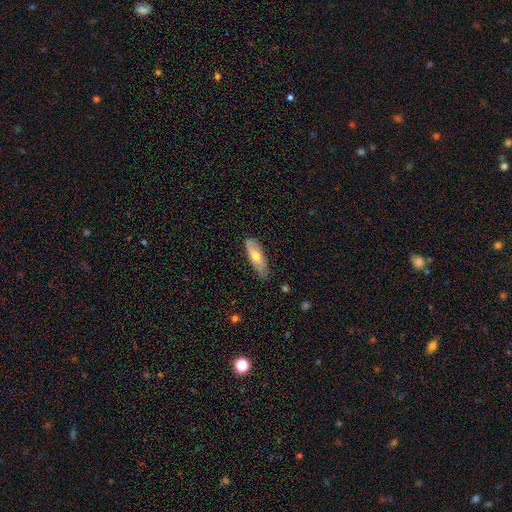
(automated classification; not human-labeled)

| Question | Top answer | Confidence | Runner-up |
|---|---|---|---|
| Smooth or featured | smooth | 57% | featured or disk (37%) |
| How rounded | in between | 64% | cigar-shaped (34%) |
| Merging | none | 68% | minor disturbance (26%) |